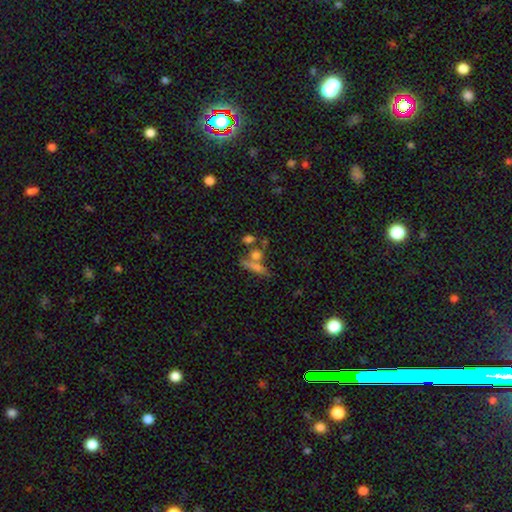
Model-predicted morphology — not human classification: Smooth or featured?
  - star or artifact: 57% *
  - smooth: 24%
  - featured or disk: 19%